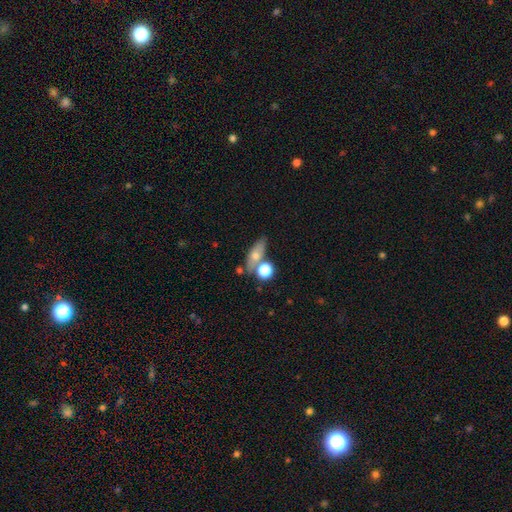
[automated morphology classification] A smooth galaxy with no disk features (62%) that is in between round and cigar-shaped (51%). Merging: none (56%).